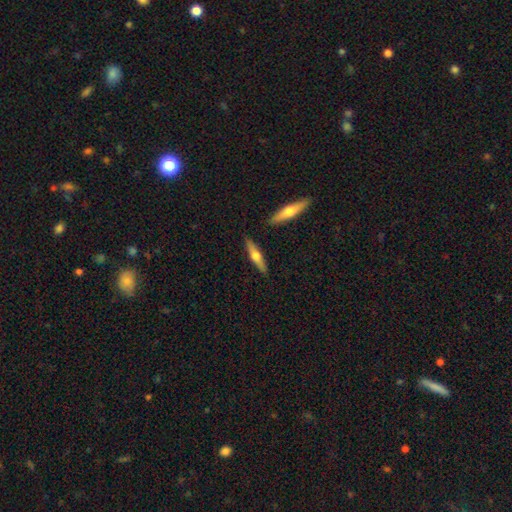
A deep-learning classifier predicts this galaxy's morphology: Q: Smooth or featured?
A: featured or disk (58%); runner-up: smooth (37%)
Q: Edge-on disk?
A: yes (95%); runner-up: no (5%)
Q: Edge-on bulge?
A: rounded (93%); runner-up: boxy (4%)
Q: Merging?
A: none (87%); runner-up: minor disturbance (8%)